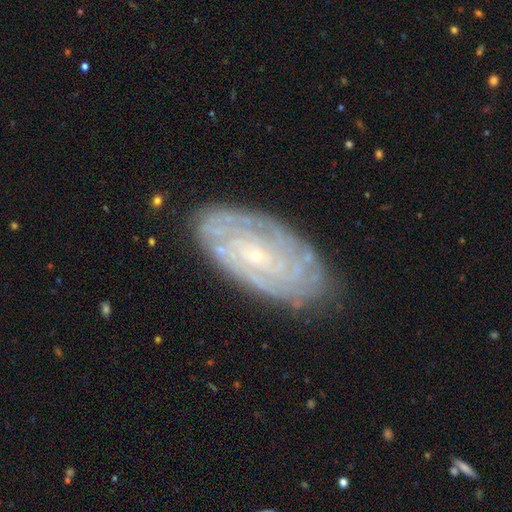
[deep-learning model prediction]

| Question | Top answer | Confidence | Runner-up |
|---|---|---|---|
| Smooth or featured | featured or disk | 81% | smooth (12%) |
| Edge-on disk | no | 94% | yes (6%) |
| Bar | no | 68% | weak (24%) |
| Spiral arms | yes | 92% | no (8%) |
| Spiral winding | tight | 78% | medium (18%) |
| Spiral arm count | can't tell | 44% | 2 (15%) |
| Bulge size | small | 86% | moderate (10%) |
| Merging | none | 79% | minor disturbance (16%) |